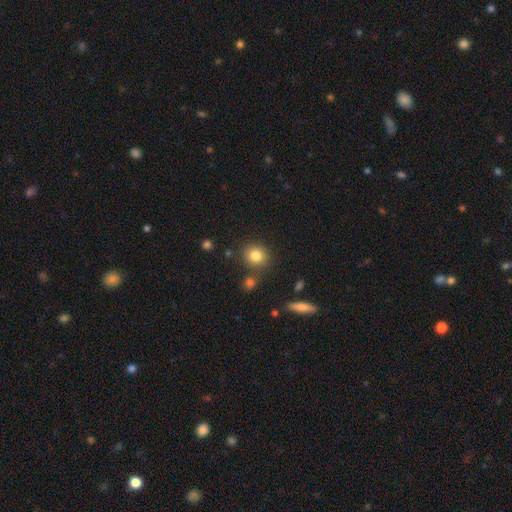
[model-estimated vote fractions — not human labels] Smooth or featured: smooth — 82% (star or artifact — 10%)
How rounded: round — 83% (in between — 16%)
Merging: none — 81% (minor disturbance — 9%)